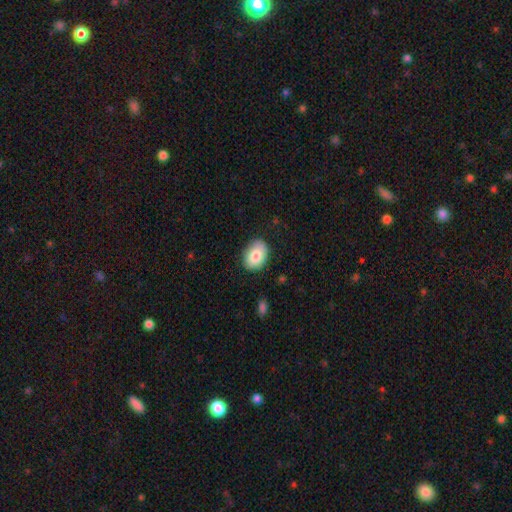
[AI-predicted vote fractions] smooth 81%, featured or disk 12%, star or artifact 7%. Down the decision tree: how rounded — in between (72%); merging — none (83%).